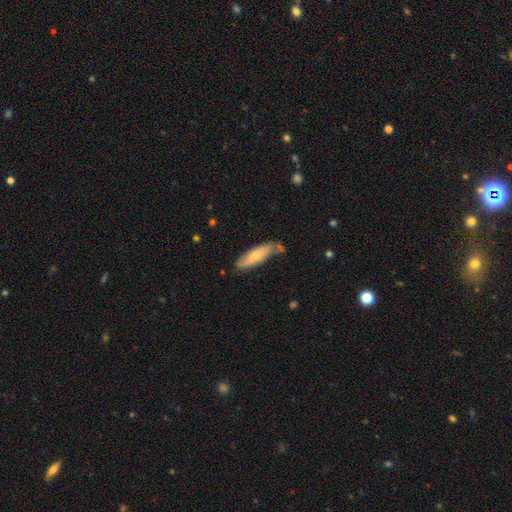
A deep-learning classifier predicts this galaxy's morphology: The model was most divided on "how rounded": cigar-shaped: 51%, in between: 47%, round: 2%. More confident: merging — none (61%); smooth or featured — smooth (59%).